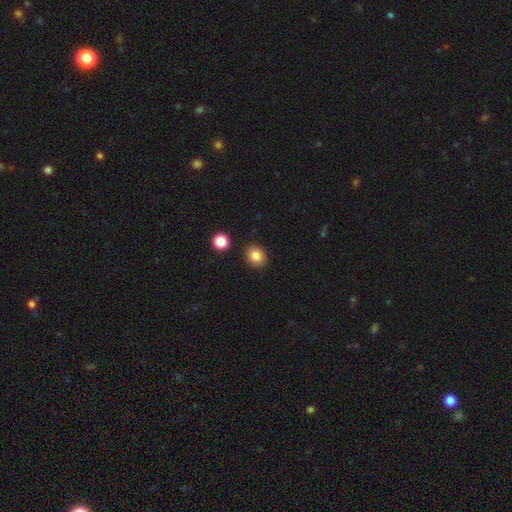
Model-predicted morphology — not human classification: Smooth or featured: smooth — 84% (star or artifact — 10%)
How rounded: round — 67% (in between — 32%)
Merging: none — 88% (minor disturbance — 7%)